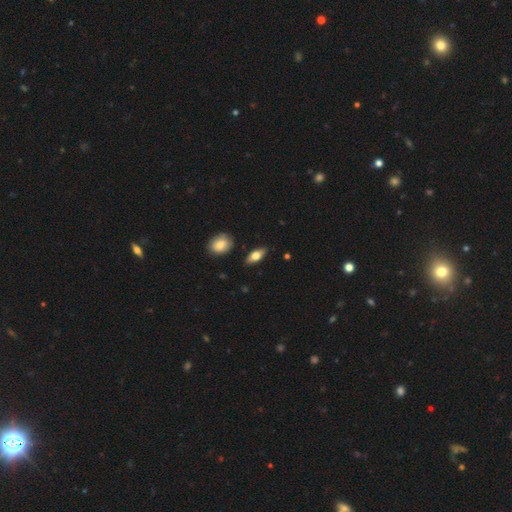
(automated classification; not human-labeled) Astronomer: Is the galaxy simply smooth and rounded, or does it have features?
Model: smooth — 69%.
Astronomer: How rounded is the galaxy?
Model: in between — 81%.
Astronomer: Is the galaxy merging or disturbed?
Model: none — 85%.